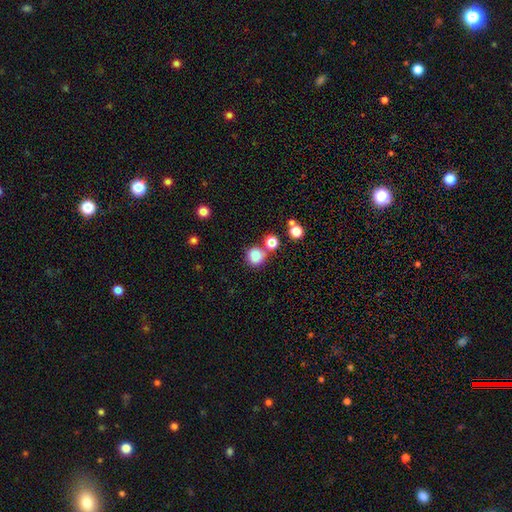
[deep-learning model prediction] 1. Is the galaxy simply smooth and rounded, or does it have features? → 84% smooth, 11% star or artifact, 5% featured or disk.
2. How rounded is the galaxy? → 89% round, 10% in between, 1% cigar-shaped.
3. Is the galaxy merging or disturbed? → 66% none, 20% merger, 11% minor disturbance, 4% major disturbance.